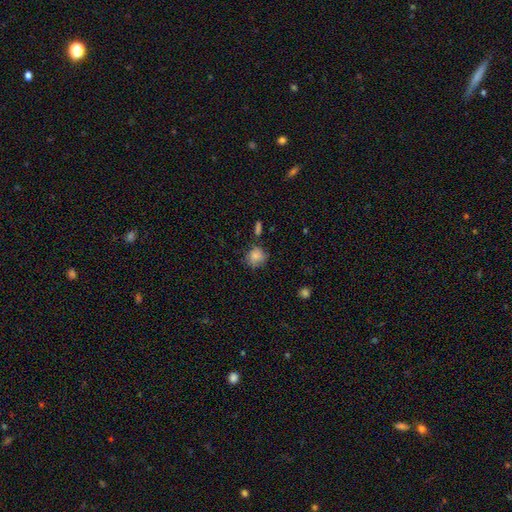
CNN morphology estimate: This is clearly a smooth galaxy (81%). How rounded: clearly round (82%). Merging: likely none (68%).